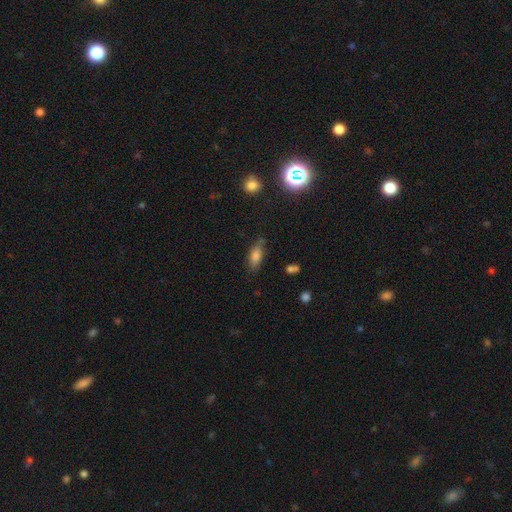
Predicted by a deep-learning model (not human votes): Overall: smooth (78%). How rounded: in between (77%). Merging: none (70%).